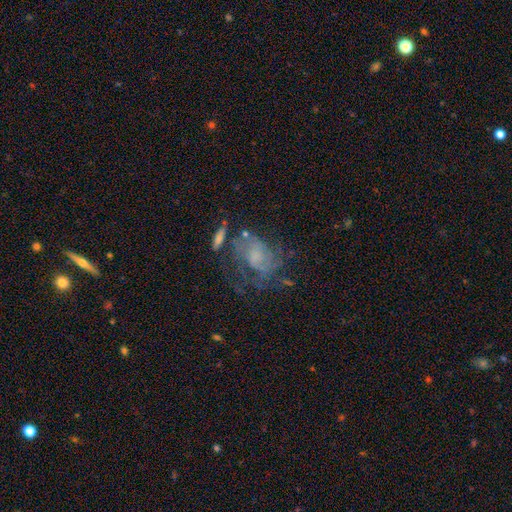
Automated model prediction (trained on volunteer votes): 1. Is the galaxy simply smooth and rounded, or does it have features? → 59% featured or disk, 22% smooth, 19% star or artifact.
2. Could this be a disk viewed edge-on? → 96% no, 4% yes.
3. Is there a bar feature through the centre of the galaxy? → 67% no, 28% weak, 6% strong.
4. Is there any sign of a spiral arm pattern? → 70% yes, 30% no.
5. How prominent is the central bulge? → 37% small, 29% moderate, 26% none, 7% large, 2% dominant.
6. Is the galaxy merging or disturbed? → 47% none, 22% major disturbance, 19% minor disturbance, 12% merger.